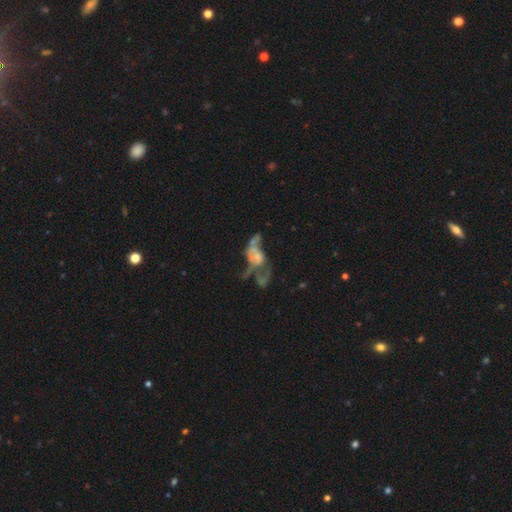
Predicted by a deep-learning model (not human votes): This appears to be a featured or disk galaxy (60%) with no bar (83%), no spiral arms (68%) and no central bulge (33%). Merging: merger (38%).